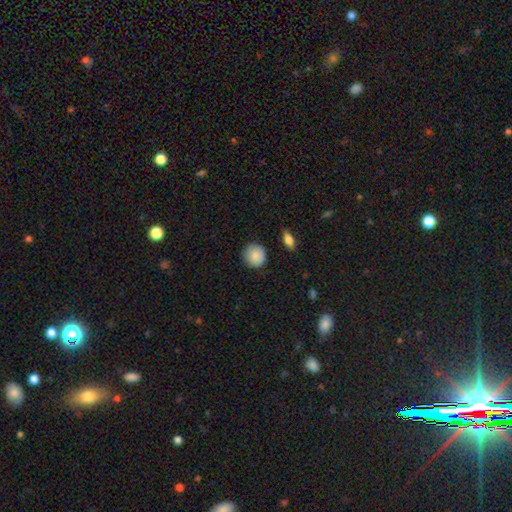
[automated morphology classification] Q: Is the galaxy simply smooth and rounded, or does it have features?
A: smooth — 87%.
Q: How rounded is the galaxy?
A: round — 92%.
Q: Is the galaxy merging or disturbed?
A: none — 87%.